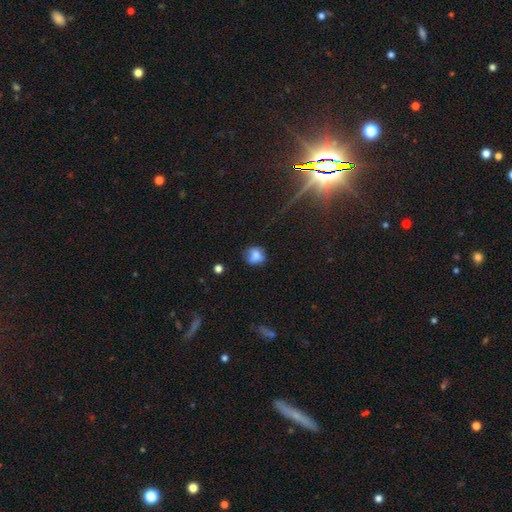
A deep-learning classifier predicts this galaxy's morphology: smooth-or-featured: smooth: 72% | featured or disk: 17% | star or artifact: 12%
  how-rounded: round: 63% | in between: 36% | cigar-shaped: 1%
  merging: none: 62% | minor disturbance: 26% | major disturbance: 9% | merger: 4%